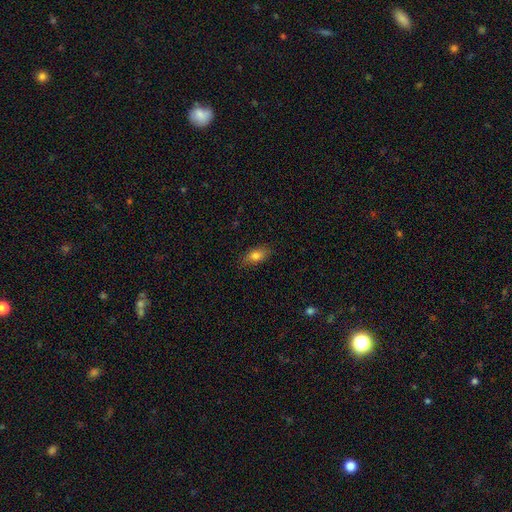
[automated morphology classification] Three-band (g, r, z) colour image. It shows a smooth galaxy with no disk features (79%) that is in between round and cigar-shaped (85%). Merging: none (84%).